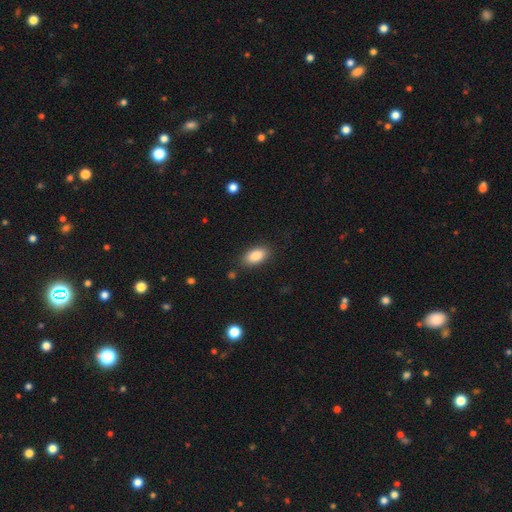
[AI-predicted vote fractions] A smooth galaxy with no disk features (87%) that is in between round and cigar-shaped (92%).

Vote fractions:
- Smooth or featured? smooth: 87% / star or artifact: 7% / featured or disk: 6%
- How rounded? in between: 92% / cigar-shaped: 4% / round: 4%
- Merging? none: 86% / minor disturbance: 10% / major disturbance: 3% / merger: 2%